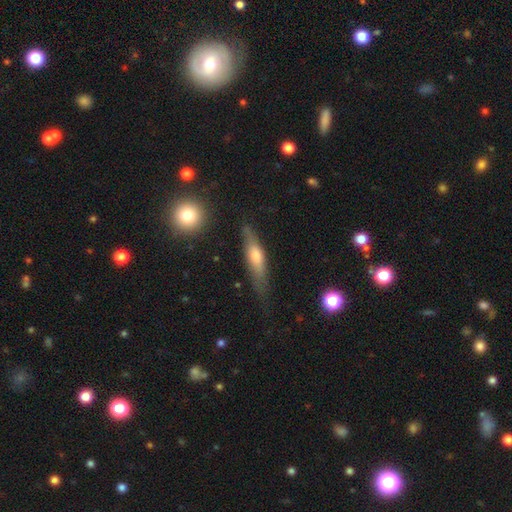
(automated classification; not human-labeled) The model was most divided on "smooth or featured": smooth: 48%, featured or disk: 45%, star or artifact: 7%. More confident: merging — none (70%).